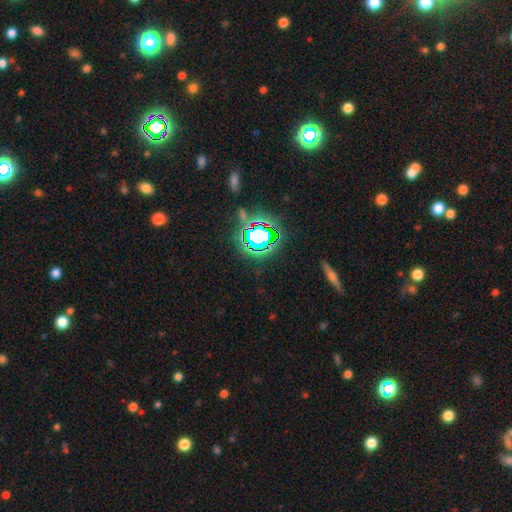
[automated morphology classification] This appears to be a star or artifact, not a galaxy (77%).